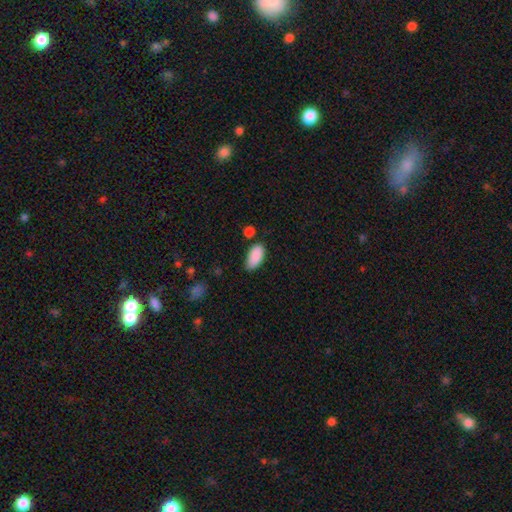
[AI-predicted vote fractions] smooth_or_featured: smooth (p=0.89) [alt: star or artifact p=0.07]
how_rounded: in between (p=0.93) [alt: cigar-shaped p=0.04]
merging: none (p=0.68) [alt: minor disturbance p=0.23]